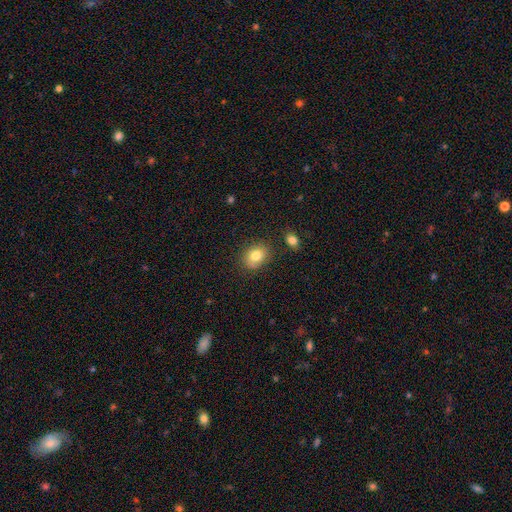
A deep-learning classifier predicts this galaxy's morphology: Smooth or featured? Predicted: smooth (p=0.79). How rounded? Predicted: in between (p=0.54). Merging? Predicted: none (p=0.77).